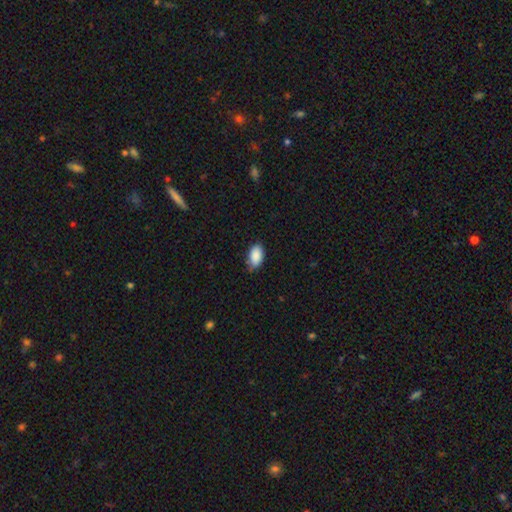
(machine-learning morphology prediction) smooth 89%, star or artifact 7%, featured or disk 4%. Down the decision tree: how rounded — in between (93%); merging — none (73%).